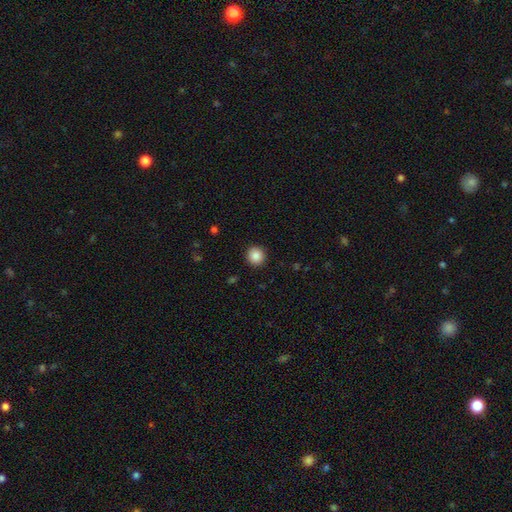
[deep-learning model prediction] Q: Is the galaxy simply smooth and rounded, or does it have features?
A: smooth — 87%.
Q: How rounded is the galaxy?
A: round — 92%.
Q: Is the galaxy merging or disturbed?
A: none — 92%.